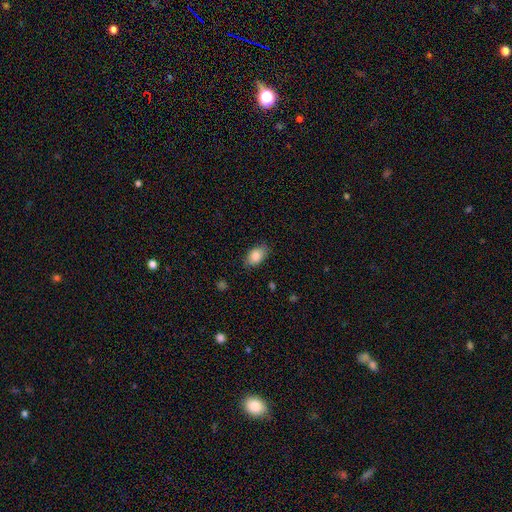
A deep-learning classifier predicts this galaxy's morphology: Smooth or featured? Predicted: smooth (p=0.85). How rounded? Predicted: in between (p=0.89). Merging? Predicted: none (p=0.82).